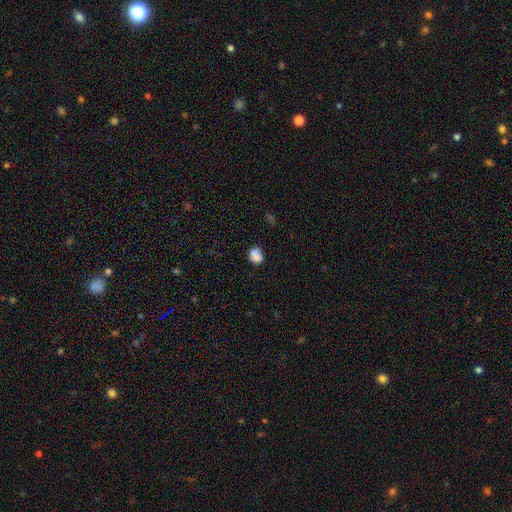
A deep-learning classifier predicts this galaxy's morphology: smooth 78%, featured or disk 12%, star or artifact 10%. Down the decision tree: how rounded — round (54%); merging — none (45%).